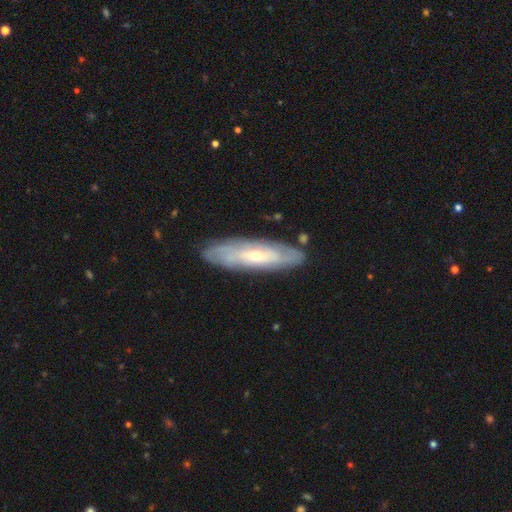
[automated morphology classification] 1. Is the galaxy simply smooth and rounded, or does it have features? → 66% featured or disk, 28% smooth, 6% star or artifact.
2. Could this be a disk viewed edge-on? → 69% no, 31% yes.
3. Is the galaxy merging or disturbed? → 82% none, 13% minor disturbance, 3% major disturbance, 2% merger.